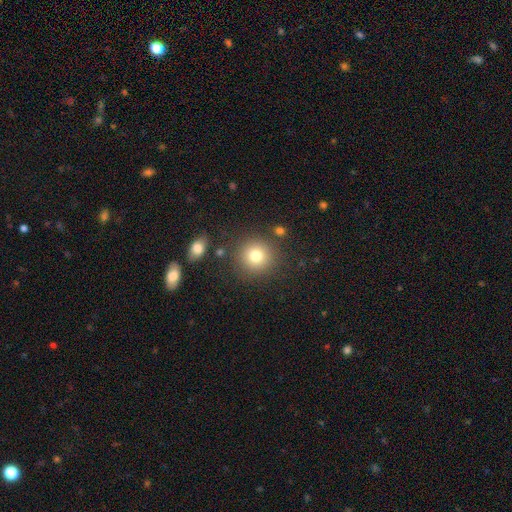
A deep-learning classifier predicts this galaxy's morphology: Smooth or featured? Predicted: smooth (p=0.79). How rounded? Predicted: round (p=0.92). Merging? Predicted: none (p=0.84).